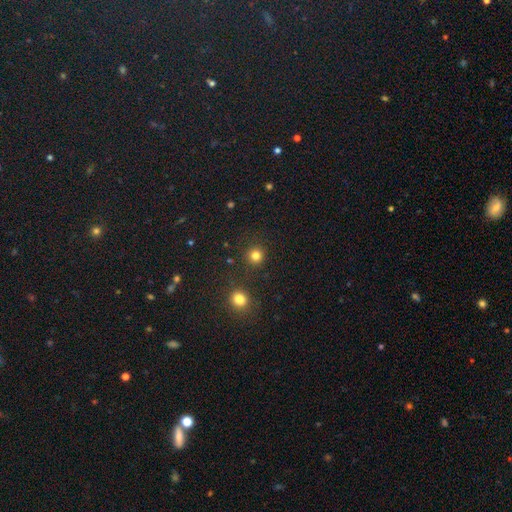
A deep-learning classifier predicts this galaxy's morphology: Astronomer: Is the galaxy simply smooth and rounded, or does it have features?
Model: smooth — 80%.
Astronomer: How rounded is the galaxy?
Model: round — 94%.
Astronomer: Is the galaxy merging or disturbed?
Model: none — 88%.